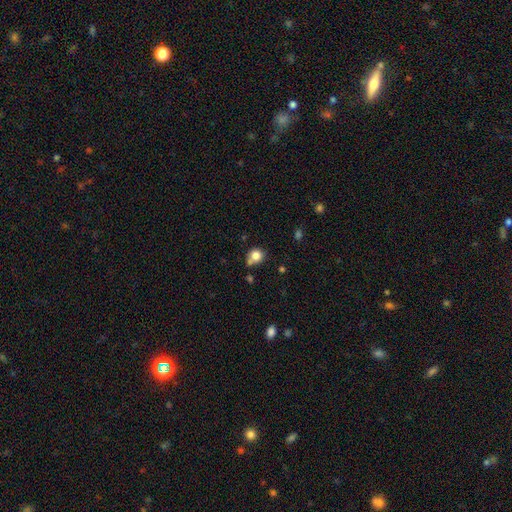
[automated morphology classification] smooth_or_featured: smooth (p=0.81) [alt: star or artifact p=0.11]
how_rounded: round (p=0.81) [alt: in between p=0.18]
merging: none (p=0.57) [alt: merger p=0.19]